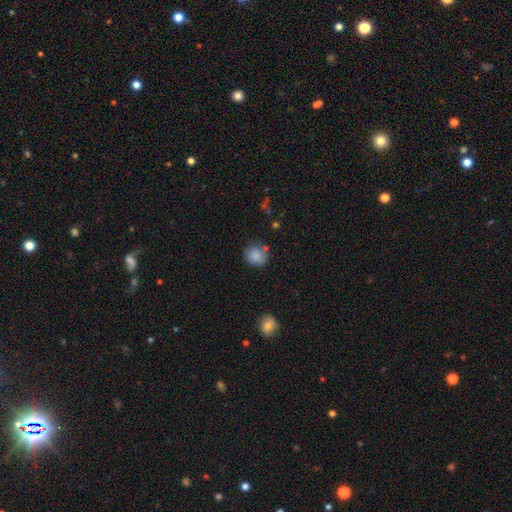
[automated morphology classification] type=smooth (85%); roundness=round (82%); merging=none (77%).